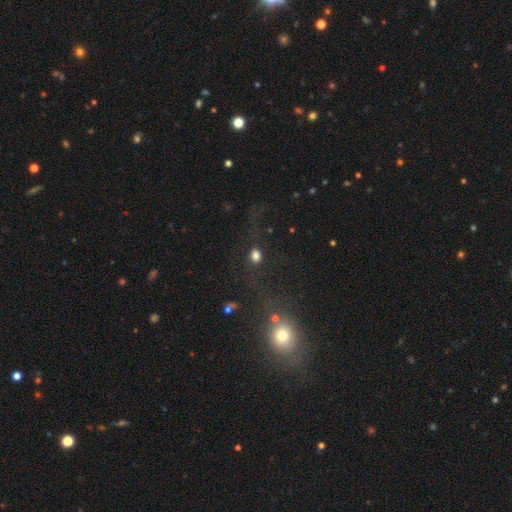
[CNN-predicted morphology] type=smooth (74%); roundness=in between (53%); merging=none (68%).